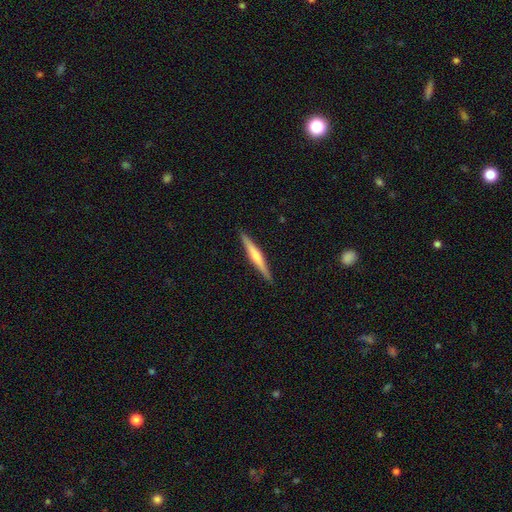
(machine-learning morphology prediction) smooth_or_featured: featured or disk (p=0.55) [alt: smooth p=0.40]
disk_edge_on: yes (p=0.98) [alt: no p=0.02]
edge_on_bulge: rounded (p=0.63) [alt: none p=0.26]
merging: none (p=0.92) [alt: minor disturbance p=0.06]